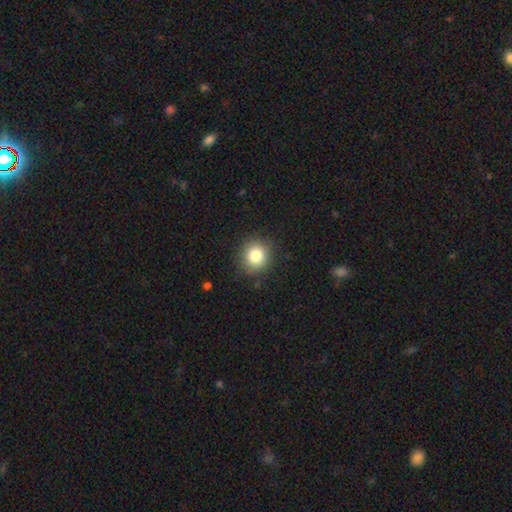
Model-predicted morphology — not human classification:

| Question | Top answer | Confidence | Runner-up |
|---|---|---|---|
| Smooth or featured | smooth | 83% | star or artifact (10%) |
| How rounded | round | 84% | in between (15%) |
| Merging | none | 88% | minor disturbance (8%) |